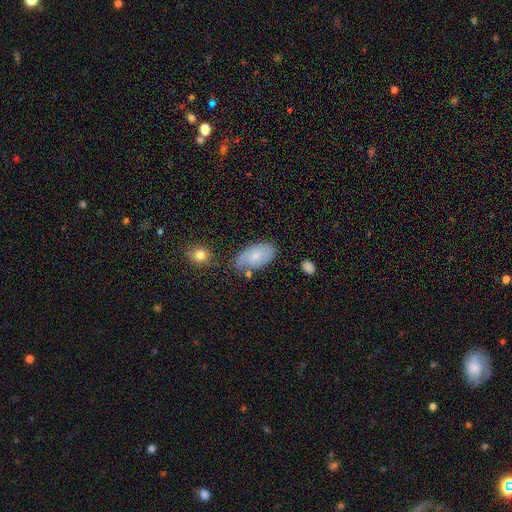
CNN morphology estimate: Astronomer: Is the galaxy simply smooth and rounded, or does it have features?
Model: smooth — 61%.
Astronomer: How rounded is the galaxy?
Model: in between — 93%.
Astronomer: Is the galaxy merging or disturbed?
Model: none — 56%.